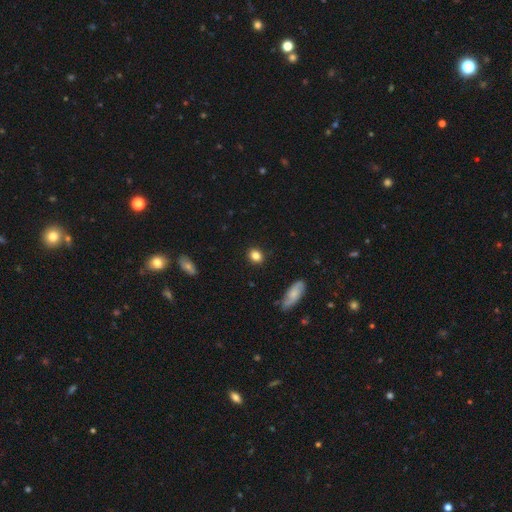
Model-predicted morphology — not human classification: smooth-or-featured: smooth: 83% | star or artifact: 10% | featured or disk: 7%
  how-rounded: round: 62% | in between: 36% | cigar-shaped: 2%
  merging: none: 86% | minor disturbance: 10% | major disturbance: 2% | merger: 1%